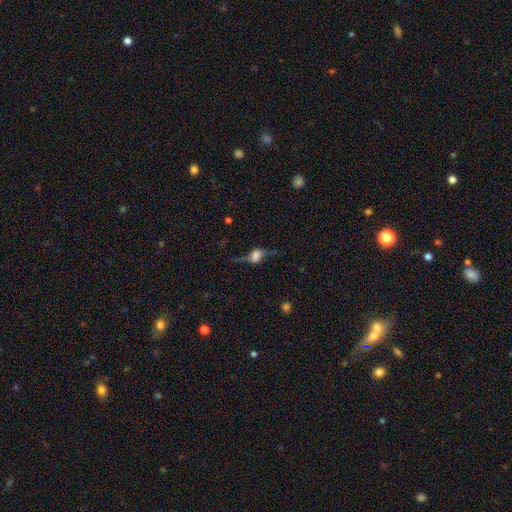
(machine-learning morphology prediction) type=featured or disk (62%); edge-on=yes (76%); merging=none (59%).